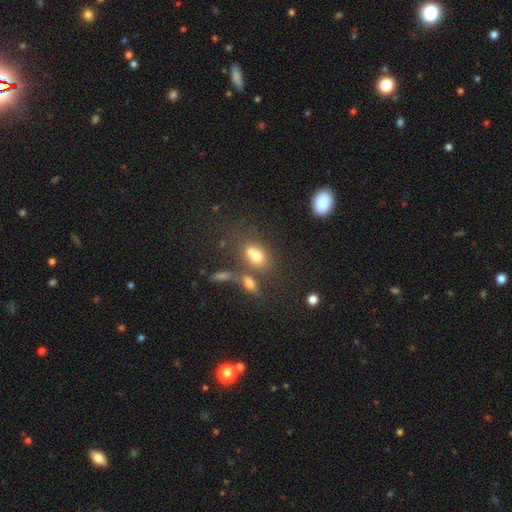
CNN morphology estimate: smooth 66%, featured or disk 19%, star or artifact 15%. Down the decision tree: how rounded — in between (55%); merging — merger (51%).